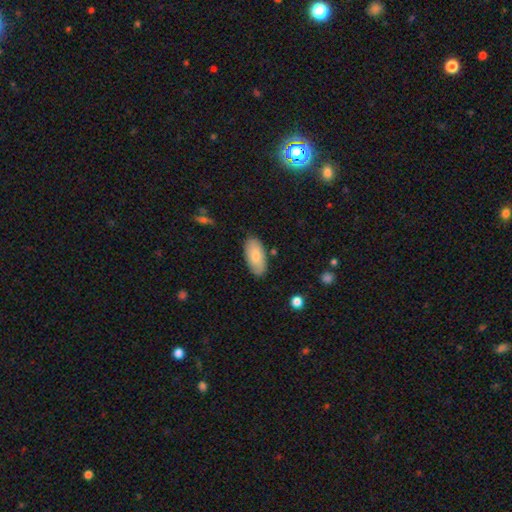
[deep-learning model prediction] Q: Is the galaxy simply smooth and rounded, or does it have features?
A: smooth — 78%.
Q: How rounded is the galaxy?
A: in between — 93%.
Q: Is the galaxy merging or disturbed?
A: none — 83%.